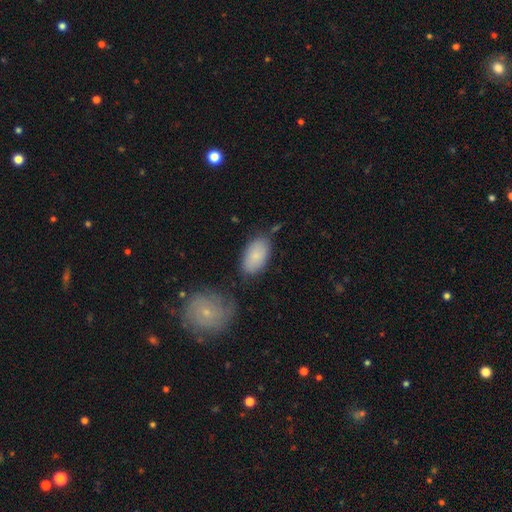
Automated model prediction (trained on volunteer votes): A smooth galaxy with no disk features (78%) that is in between round and cigar-shaped (94%).

Vote fractions:
- Smooth or featured? smooth: 78% / featured or disk: 16% / star or artifact: 6%
- How rounded? in between: 94% / round: 5% / cigar-shaped: 2%
- Merging? none: 69% / minor disturbance: 18% / merger: 8% / major disturbance: 5%